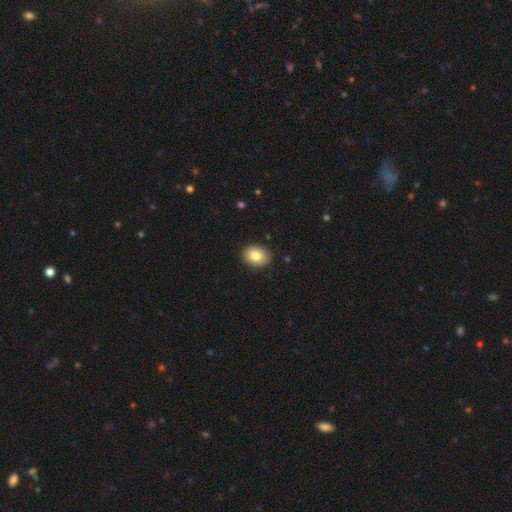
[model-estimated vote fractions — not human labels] Smooth or featured?
  - smooth: 83% *
  - featured or disk: 10%
  - star or artifact: 8%
How rounded?
  - in between: 67% *
  - round: 32%
  - cigar-shaped: 1%
Merging?
  - none: 89% *
  - minor disturbance: 8%
  - major disturbance: 2%
  - merger: 1%